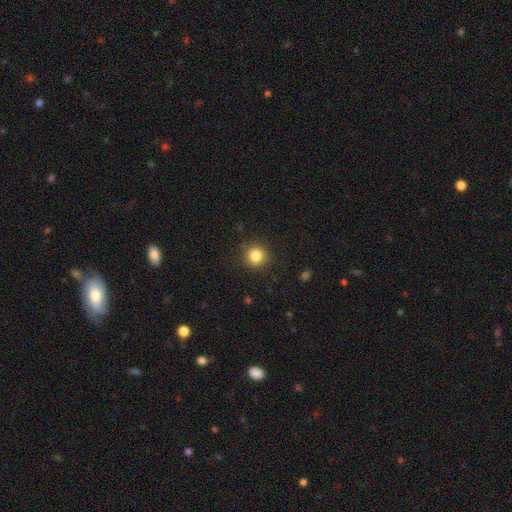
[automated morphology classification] Smooth or featured: smooth — 83% (star or artifact — 11%)
How rounded: round — 92% (in between — 7%)
Merging: none — 89% (minor disturbance — 8%)